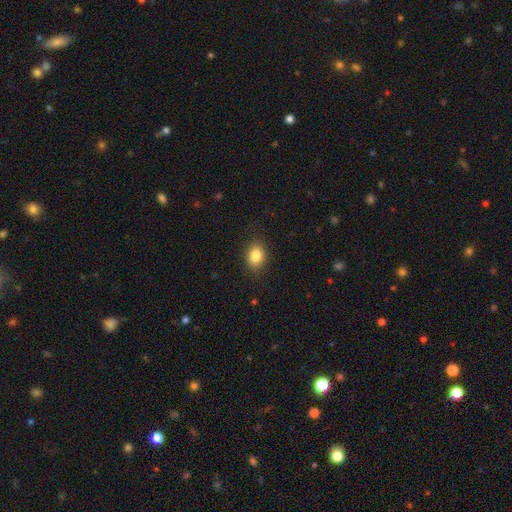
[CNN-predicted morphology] Smooth or featured? smooth (84%)
How rounded? in between (63%)
Merging? none (86%)